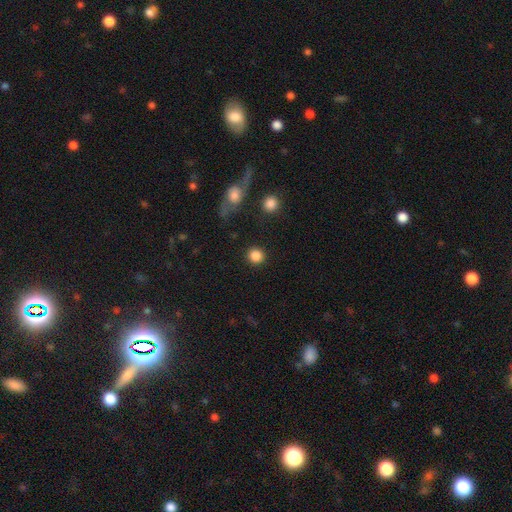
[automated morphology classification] A smooth galaxy with no disk features (86%) that is round (91%). Merging: none (90%).